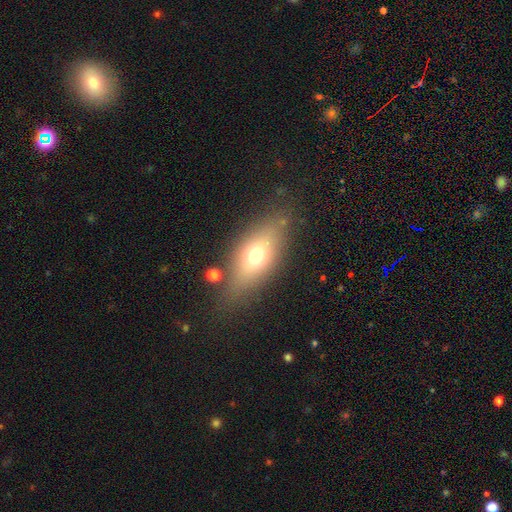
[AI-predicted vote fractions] smooth_or_featured: smooth (p=0.64) [alt: featured or disk p=0.26]
how_rounded: in between (p=0.74) [alt: cigar-shaped p=0.19]
merging: none (p=0.75) [alt: minor disturbance p=0.15]